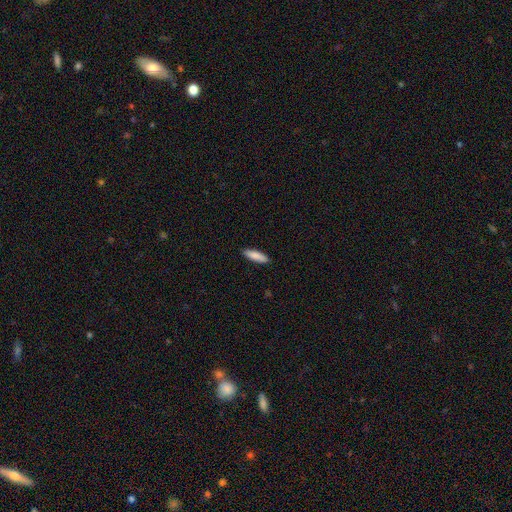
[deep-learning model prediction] This is clearly a smooth galaxy (86%). How rounded: likely cigar-shaped (65%). Merging: clearly none (90%).